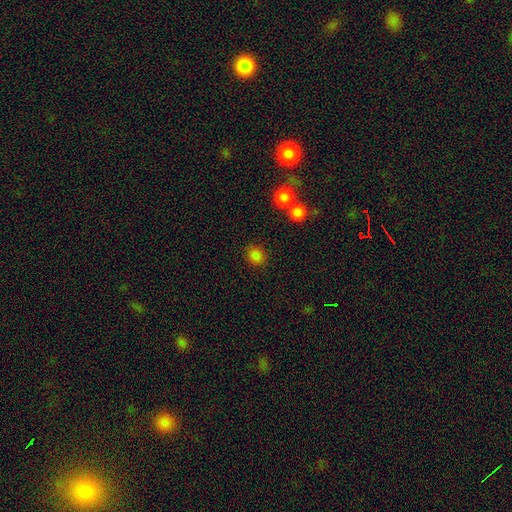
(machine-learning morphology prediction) This is clearly a smooth galaxy (82%). How rounded: likely round (73%). Merging: clearly none (82%).